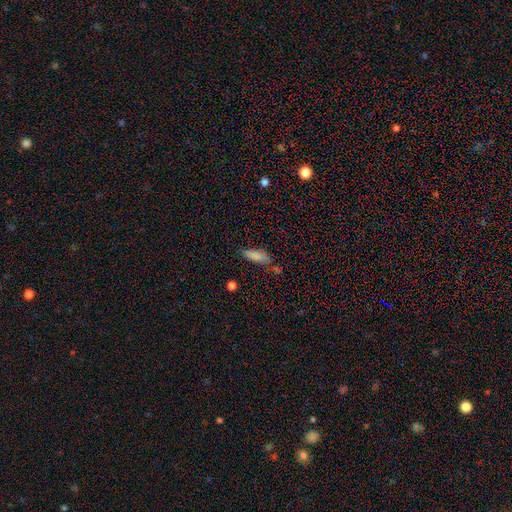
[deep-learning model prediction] smooth_or_featured: smooth (p=0.77) [alt: star or artifact p=0.11]
how_rounded: in between (p=0.56) [alt: cigar-shaped p=0.41]
merging: none (p=0.65) [alt: minor disturbance p=0.23]